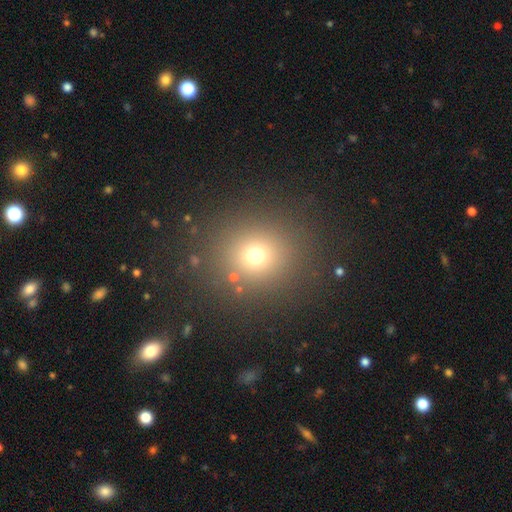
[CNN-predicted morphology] smooth-or-featured: smooth: 69% | star or artifact: 21% | featured or disk: 9%
  how-rounded: round: 85% | in between: 14% | cigar-shaped: 1%
  merging: none: 85% | minor disturbance: 8% | major disturbance: 5% | merger: 3%